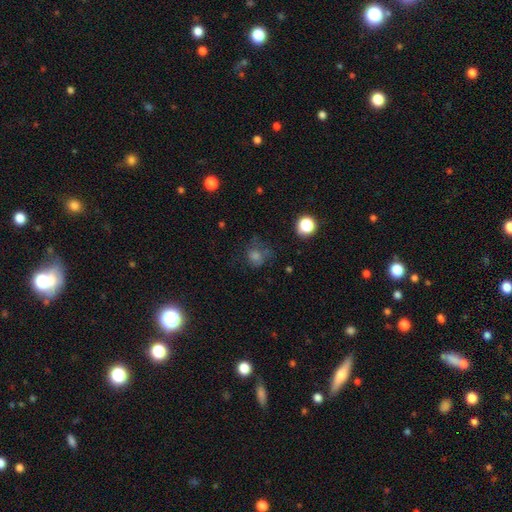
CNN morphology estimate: Smooth or featured? Predicted: smooth (p=0.55). How rounded? Predicted: round (p=0.77). Merging? Predicted: none (p=0.57).